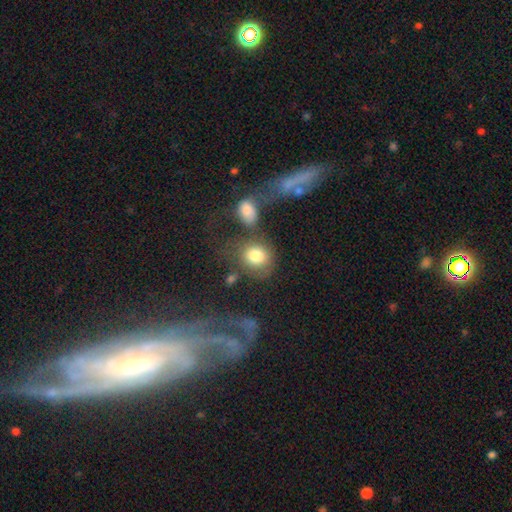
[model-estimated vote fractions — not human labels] A smooth galaxy with no disk features (79%) that is round (69%). Merging: none (48%).